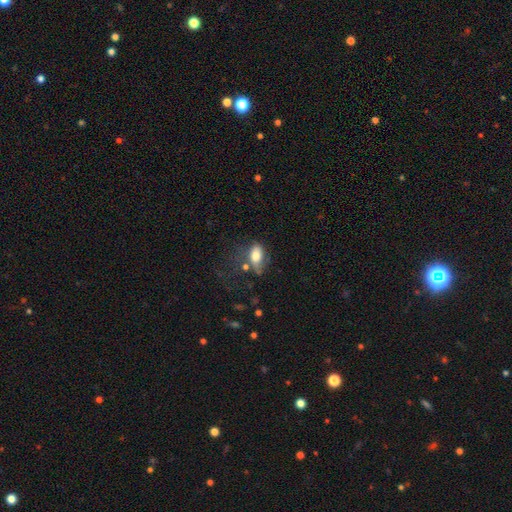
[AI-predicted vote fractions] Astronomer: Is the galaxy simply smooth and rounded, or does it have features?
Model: smooth — 76%.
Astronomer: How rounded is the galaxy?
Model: in between — 88%.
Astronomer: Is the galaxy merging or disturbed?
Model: none — 39% (runner-up: minor disturbance, 28%).